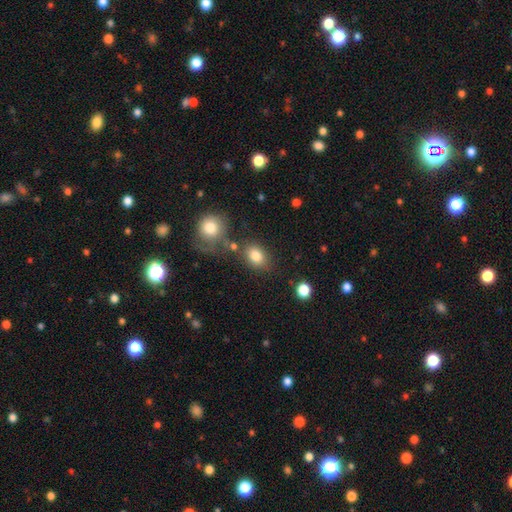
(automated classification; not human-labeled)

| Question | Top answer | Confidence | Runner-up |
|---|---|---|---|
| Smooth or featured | smooth | 82% | star or artifact (10%) |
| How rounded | in between | 66% | round (32%) |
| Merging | none | 68% | minor disturbance (13%) |